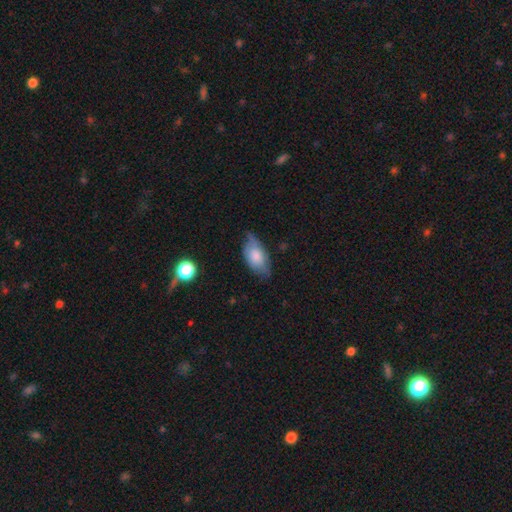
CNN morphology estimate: type=smooth (70%); roundness=in between (91%); merging=none (56%).